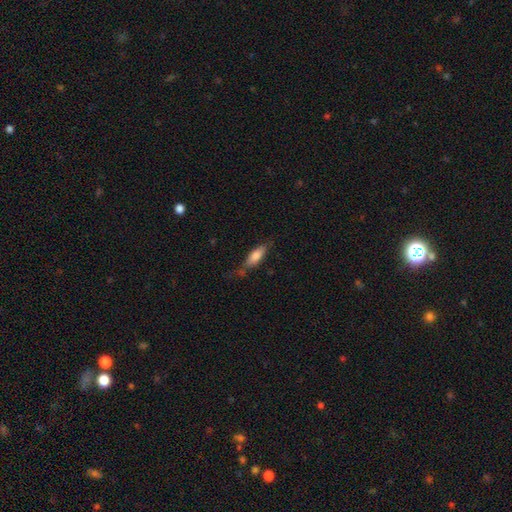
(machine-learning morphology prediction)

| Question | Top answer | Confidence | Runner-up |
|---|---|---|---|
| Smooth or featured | smooth | 74% | featured or disk (20%) |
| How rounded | in between | 59% | cigar-shaped (39%) |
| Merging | none | 54% | minor disturbance (28%) |